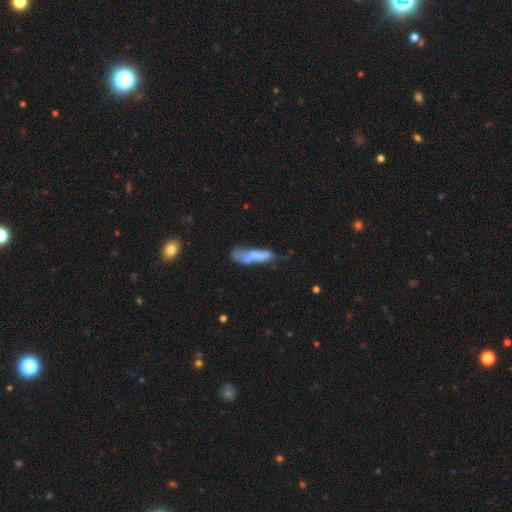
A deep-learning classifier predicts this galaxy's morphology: smooth 53%, featured or disk 36%, star or artifact 10%. Down the decision tree: how rounded — cigar-shaped (60%); merging — merger (34%).